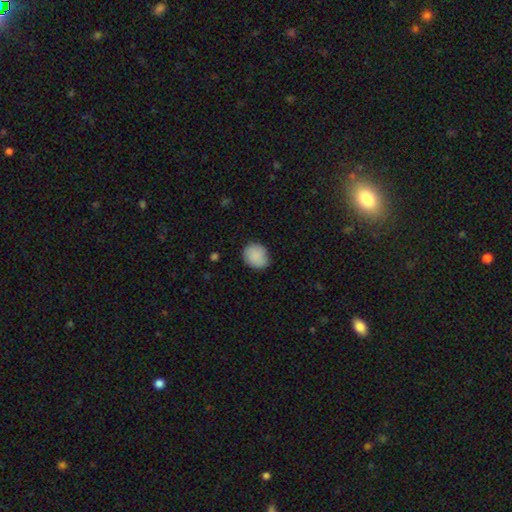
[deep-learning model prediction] smooth-or-featured: smooth: 88% | star or artifact: 7% | featured or disk: 5%
  how-rounded: round: 69% | in between: 30% | cigar-shaped: 1%
  merging: none: 76% | minor disturbance: 20% | major disturbance: 3% | merger: 1%